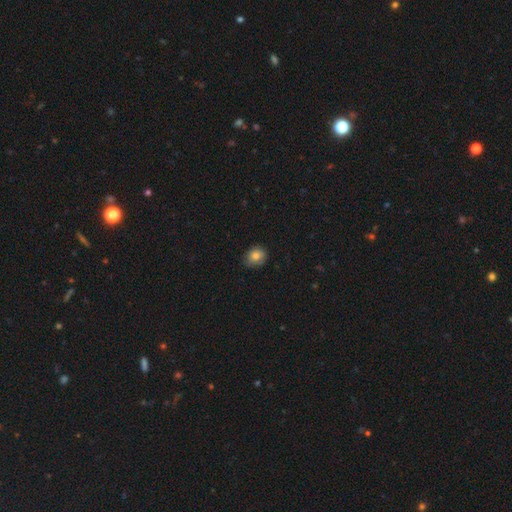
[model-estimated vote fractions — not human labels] Morphology: type=smooth (80%); roundness=round (56%); merging=none (74%).